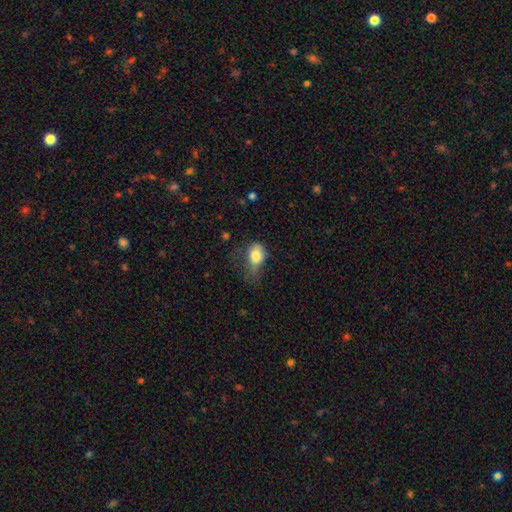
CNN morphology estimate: This is likely a smooth galaxy (79%). How rounded: likely in between (76%). Merging: marginally major disturbance (44%).